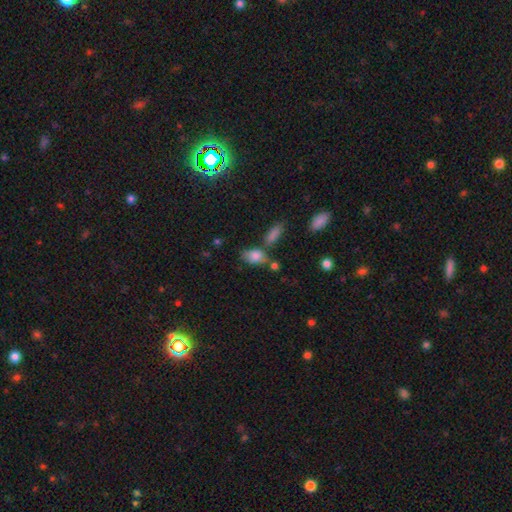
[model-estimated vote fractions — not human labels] Q: Smooth or featured?
A: smooth (81%); runner-up: featured or disk (10%)
Q: How rounded?
A: in between (86%); runner-up: round (9%)
Q: Merging?
A: none (51%); runner-up: minor disturbance (21%)